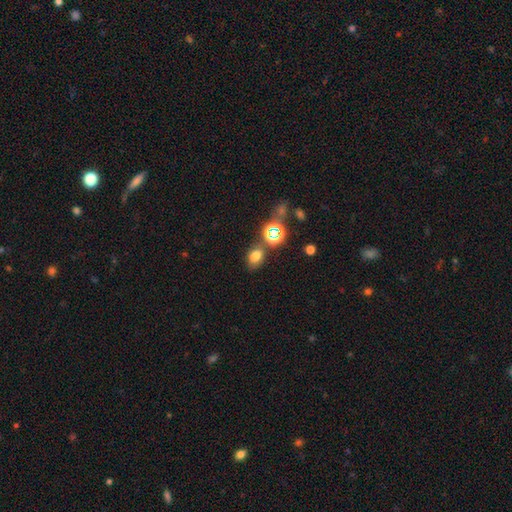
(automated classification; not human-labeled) This is likely a smooth galaxy (69%). How rounded: likely in between (69%). Merging: likely none (67%).